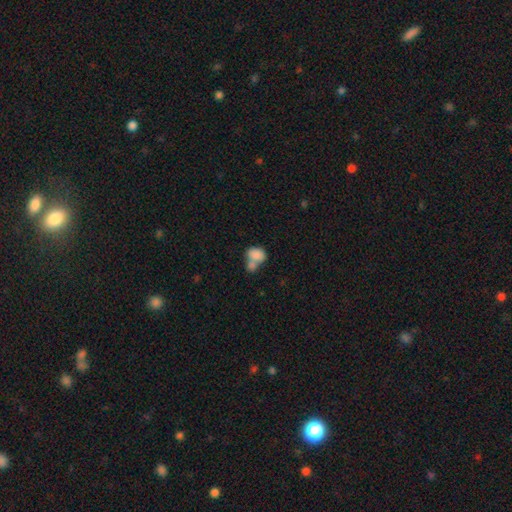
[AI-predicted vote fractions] A smooth galaxy with no disk features (81%) that is in between round and cigar-shaped (67%). Merging: merger (61%).